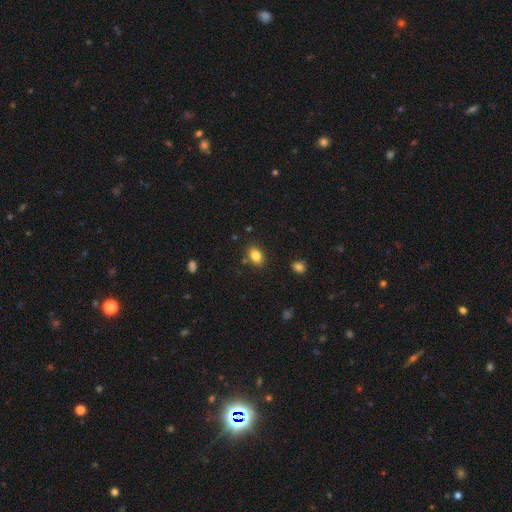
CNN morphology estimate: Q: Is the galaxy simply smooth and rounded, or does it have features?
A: smooth — 83%.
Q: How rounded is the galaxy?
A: in between — 75%.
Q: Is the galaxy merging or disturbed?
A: none — 83%.